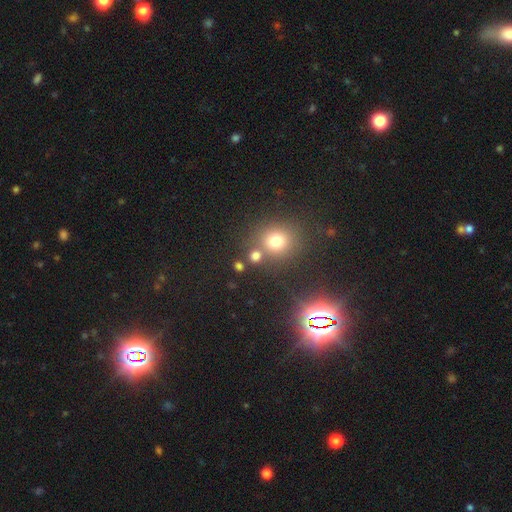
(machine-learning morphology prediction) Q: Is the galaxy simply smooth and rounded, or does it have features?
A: smooth — 69%.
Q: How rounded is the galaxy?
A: round — 85%.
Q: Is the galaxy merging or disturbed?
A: none — 71%.